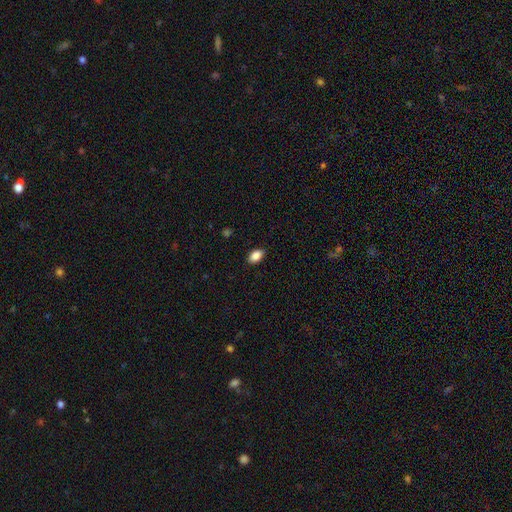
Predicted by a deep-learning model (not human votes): Overall: smooth (88%). How rounded: in between (89%). Merging: none (87%).